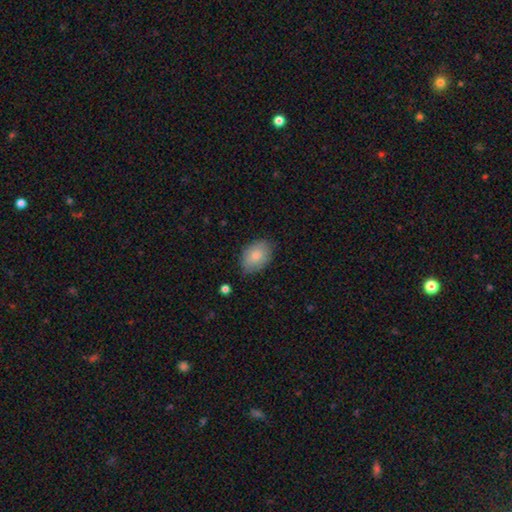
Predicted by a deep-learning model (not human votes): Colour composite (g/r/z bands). It shows a smooth galaxy with no disk features (81%) that is in between round and cigar-shaped (81%). Merging: none (79%).